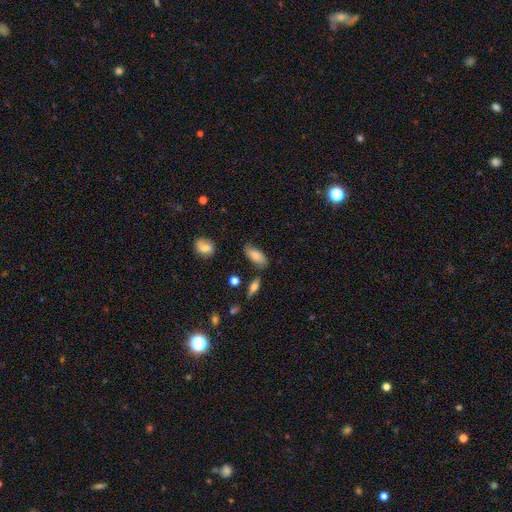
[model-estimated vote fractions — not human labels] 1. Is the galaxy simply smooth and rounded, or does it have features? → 81% smooth, 12% featured or disk, 7% star or artifact.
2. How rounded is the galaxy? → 85% in between, 13% cigar-shaped, 2% round.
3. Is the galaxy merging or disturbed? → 71% none, 20% minor disturbance, 5% merger, 4% major disturbance.